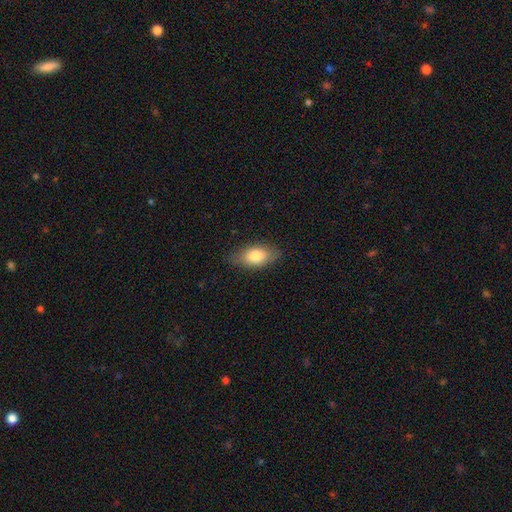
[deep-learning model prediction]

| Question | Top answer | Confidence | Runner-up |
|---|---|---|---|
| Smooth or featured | smooth | 78% | featured or disk (15%) |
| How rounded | in between | 88% | cigar-shaped (7%) |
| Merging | none | 81% | minor disturbance (15%) |